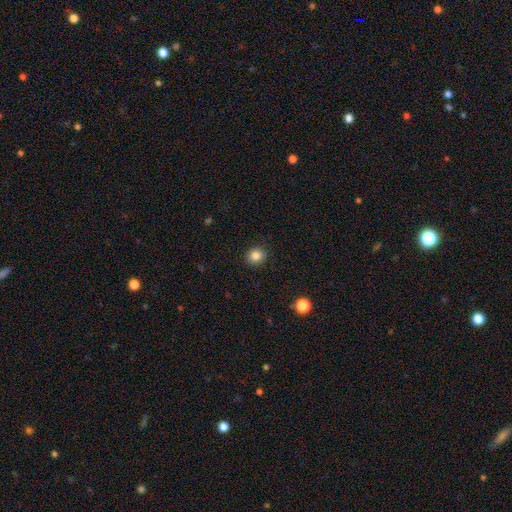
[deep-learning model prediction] The model was most divided on "how rounded": round: 80%, in between: 19%, cigar-shaped: 1%. More confident: merging — none (90%); smooth or featured — smooth (84%).